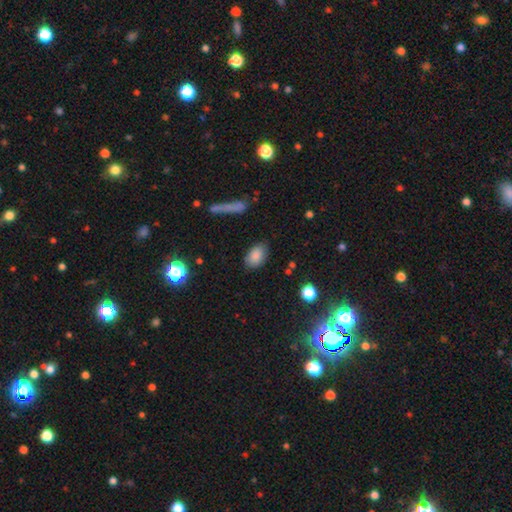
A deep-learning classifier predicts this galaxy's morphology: Smooth or featured? Predicted: smooth (p=0.85). How rounded? Predicted: in between (p=0.87). Merging? Predicted: none (p=0.81).